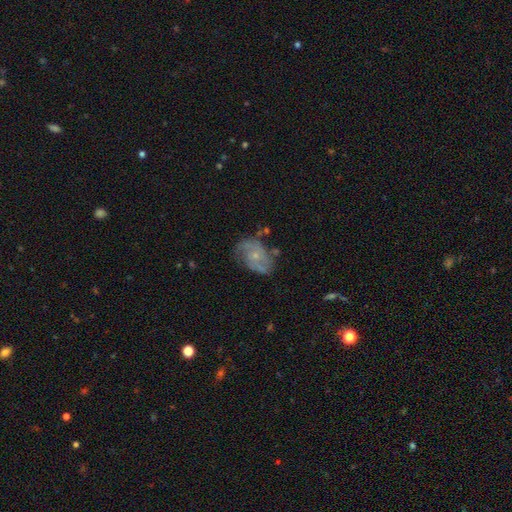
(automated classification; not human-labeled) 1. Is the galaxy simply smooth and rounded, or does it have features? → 72% featured or disk, 20% smooth, 8% star or artifact.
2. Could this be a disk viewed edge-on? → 97% no, 3% yes.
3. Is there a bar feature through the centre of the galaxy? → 77% no, 20% weak, 3% strong.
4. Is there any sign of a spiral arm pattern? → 86% yes, 14% no.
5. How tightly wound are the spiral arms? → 43% medium, 35% tight, 22% loose.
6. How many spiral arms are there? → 49% 2, 26% can't tell, 12% 3, 5% 1, 4% 4, 3% more than 4.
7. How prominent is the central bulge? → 74% small, 20% moderate, 4% none, 1% large, 1% dominant.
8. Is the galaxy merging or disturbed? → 60% none, 25% minor disturbance, 12% major disturbance, 3% merger.